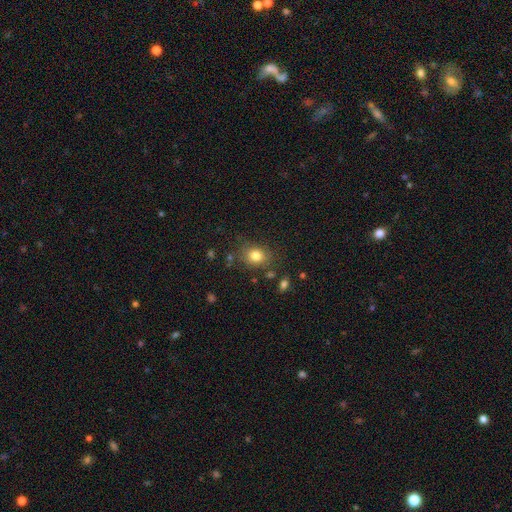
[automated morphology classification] Q: Smooth or featured?
A: smooth (80%); runner-up: star or artifact (11%)
Q: How rounded?
A: round (53%); runner-up: in between (46%)
Q: Merging?
A: none (78%); runner-up: minor disturbance (13%)